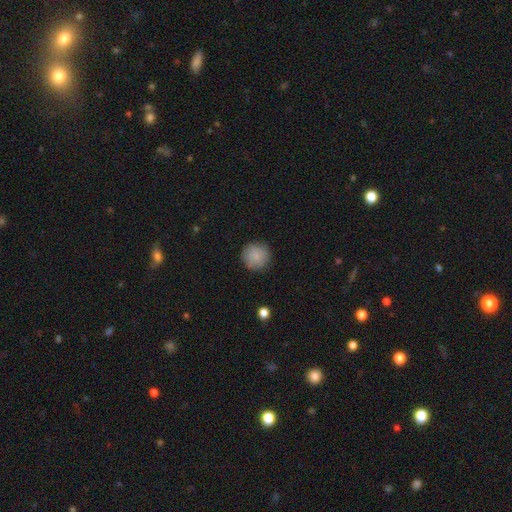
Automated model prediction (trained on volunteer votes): A smooth galaxy with no disk features (85%) that is round (94%).

Vote fractions:
- Smooth or featured? smooth: 85% / featured or disk: 8% / star or artifact: 8%
- How rounded? round: 94% / in between: 5% / cigar-shaped: 1%
- Merging? none: 87% / minor disturbance: 9% / major disturbance: 2% / merger: 1%